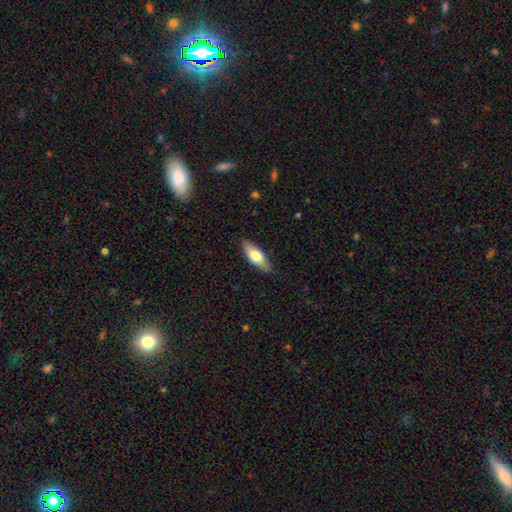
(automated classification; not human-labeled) This appears to be a smooth galaxy with no disk features (61%) that is in between round and cigar-shaped (65%). Merging: none (86%).